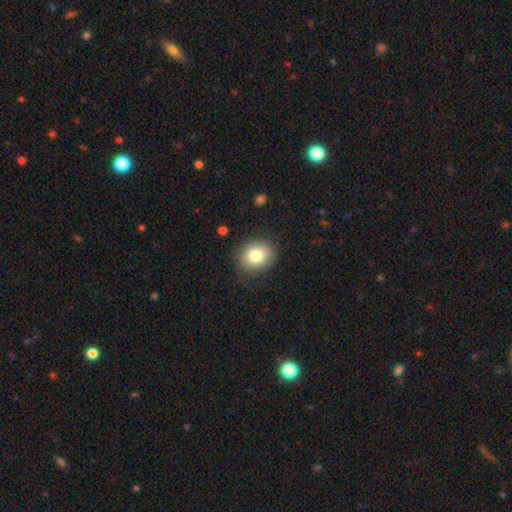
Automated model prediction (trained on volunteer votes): Smooth or featured? smooth (81%)
How rounded? round (68%)
Merging? none (84%)